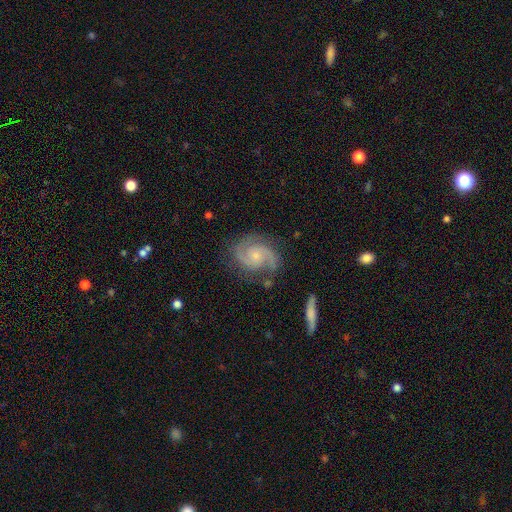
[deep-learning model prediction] A featured or disk galaxy (90%) with no bar (65%), 2 (91%) medium (56%) spiral arms (98%) and a small central bulge (60%).

Vote fractions:
- Smooth or featured? featured or disk: 90% / star or artifact: 5% / smooth: 5%
- Edge-on disk? no: 98% / yes: 2%
- Bar? no: 65% / weak: 29% / strong: 5%
- Spiral arms? yes: 98% / no: 2%
- Spiral winding? medium: 56% / tight: 31% / loose: 13%
- Spiral arm count? 2: 91% / 3: 3% / can't tell: 2% / 1: 1% / 4: 1% / more than 4: 1%
- Bulge size? small: 60% / moderate: 31% / none: 6% / large: 2% / dominant: 1%
- Merging? none: 78% / minor disturbance: 15% / major disturbance: 5% / merger: 3%